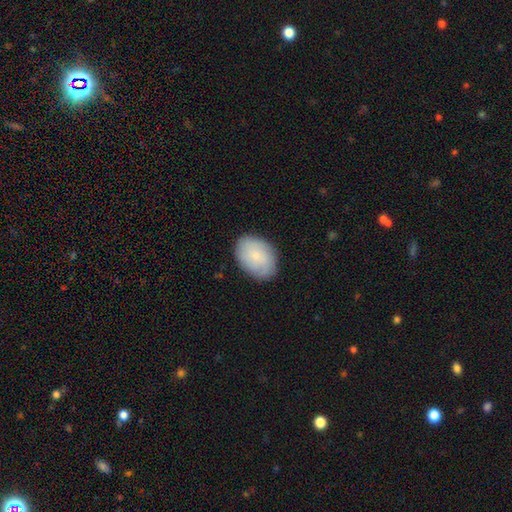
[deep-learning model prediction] Overall: smooth (76%). How rounded: in between (84%). Merging: none (83%).